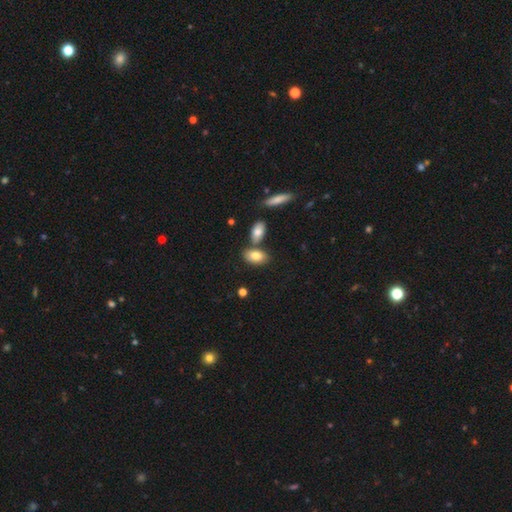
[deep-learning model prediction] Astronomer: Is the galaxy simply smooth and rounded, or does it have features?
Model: smooth — 81%.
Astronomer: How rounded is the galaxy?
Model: in between — 91%.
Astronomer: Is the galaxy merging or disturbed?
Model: none — 62%.